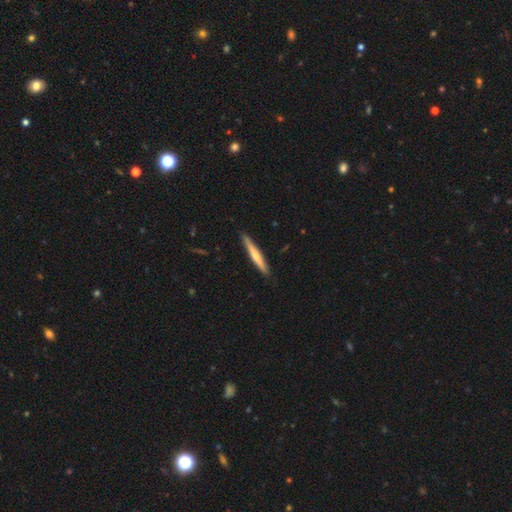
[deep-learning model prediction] This appears to be a smooth galaxy with no disk features (52%) that is cigar-shaped (95%). Merging: none (90%).